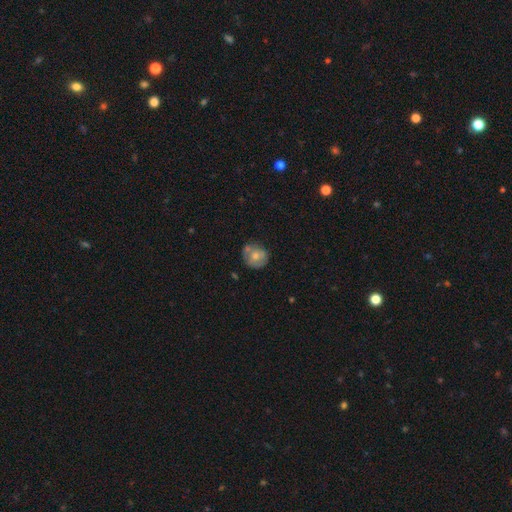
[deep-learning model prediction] Overall: smooth (59%; featured or disk 34%). How rounded: round (82%). Merging: none (58%; minor disturbance 23%).